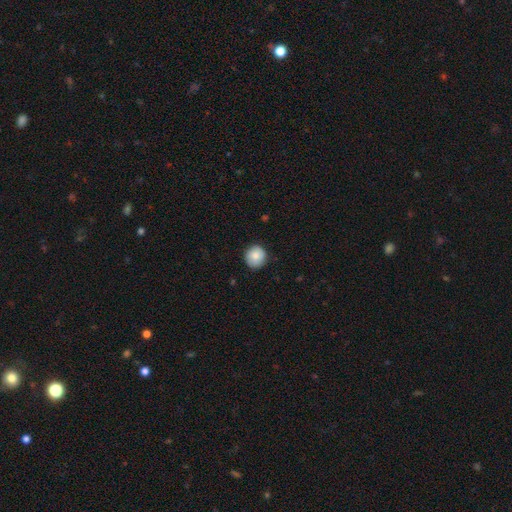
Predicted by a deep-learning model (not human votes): Overall: smooth (85%). How rounded: round (91%). Merging: none (86%).